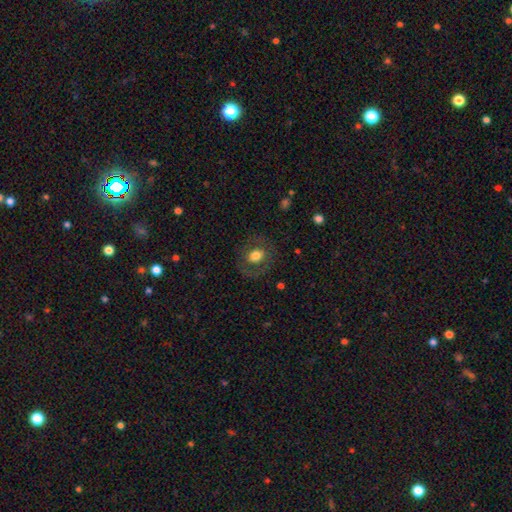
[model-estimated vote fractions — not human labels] Overall: smooth (64%; featured or disk 27%). How rounded: round (61%; in between 38%). Merging: none (80%).